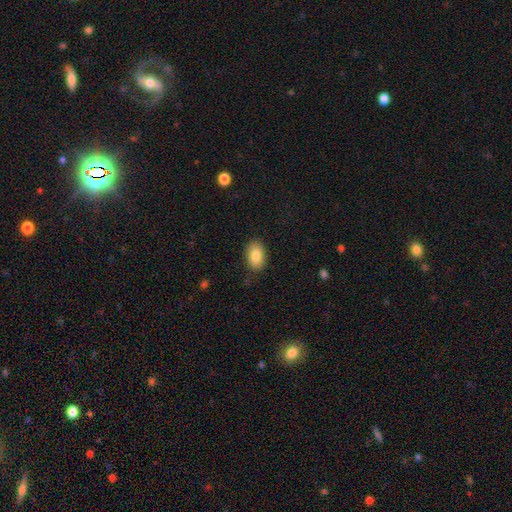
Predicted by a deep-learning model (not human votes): A smooth galaxy with no disk features (84%) that is in between round and cigar-shaped (91%).

Vote fractions:
- Smooth or featured? smooth: 84% / featured or disk: 9% / star or artifact: 7%
- How rounded? in between: 91% / round: 7% / cigar-shaped: 2%
- Merging? none: 87% / minor disturbance: 10% / major disturbance: 2% / merger: 1%